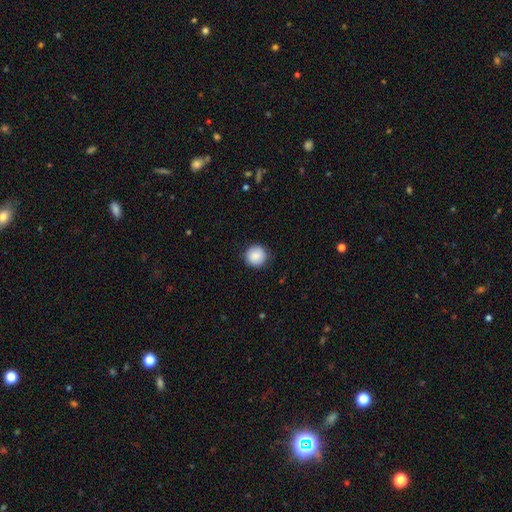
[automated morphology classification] A smooth galaxy with no disk features (88%) that is round (94%). Merging: none (88%).